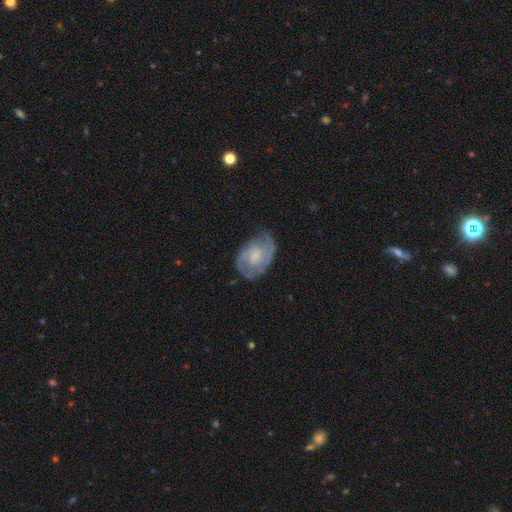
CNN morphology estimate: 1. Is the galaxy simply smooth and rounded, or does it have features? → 79% featured or disk, 16% smooth, 5% star or artifact.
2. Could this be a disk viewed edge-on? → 97% no, 3% yes.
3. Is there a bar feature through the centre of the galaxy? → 64% no, 31% weak, 5% strong.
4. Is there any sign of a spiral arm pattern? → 92% yes, 8% no.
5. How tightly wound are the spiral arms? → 45% tight, 43% medium, 12% loose.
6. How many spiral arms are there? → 74% 2, 14% can't tell, 5% 3, 4% 1, 2% 4, 2% more than 4.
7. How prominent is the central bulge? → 48% small, 30% moderate, 16% none, 6% large, 1% dominant.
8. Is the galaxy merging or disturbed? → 70% none, 20% minor disturbance, 8% major disturbance, 1% merger.